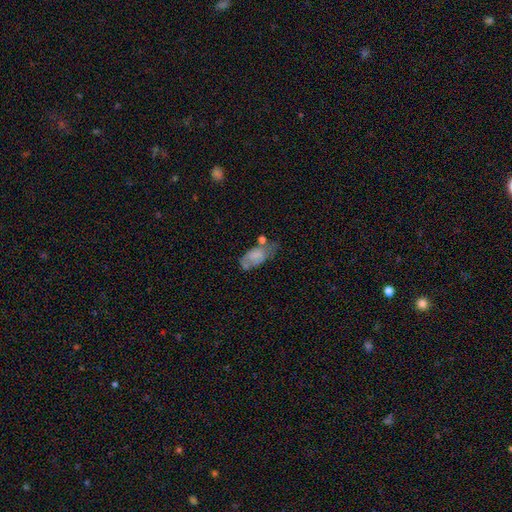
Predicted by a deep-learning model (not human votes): A smooth galaxy with no disk features (65%) that is in between round and cigar-shaped (91%).

Vote fractions:
- Smooth or featured? smooth: 65% / featured or disk: 26% / star or artifact: 9%
- How rounded? in between: 91% / round: 4% / cigar-shaped: 4%
- Merging? none: 32% / minor disturbance: 29% / major disturbance: 22% / merger: 18%